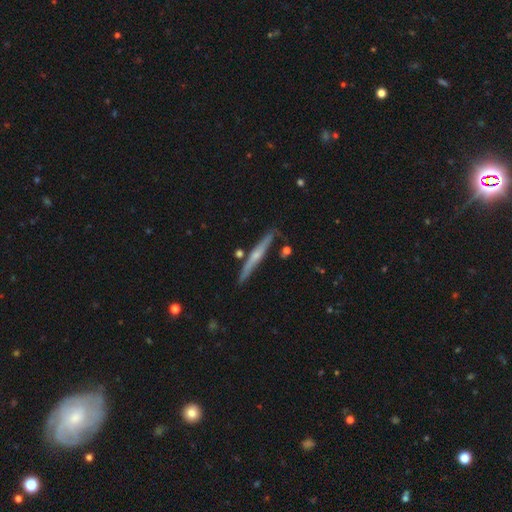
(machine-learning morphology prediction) Smooth or featured: featured or disk — 64% (smooth — 30%)
Edge-on disk: yes — 97% (no — 3%)
Edge-on bulge: rounded — 61% (none — 33%)
Merging: none — 85% (minor disturbance — 10%)